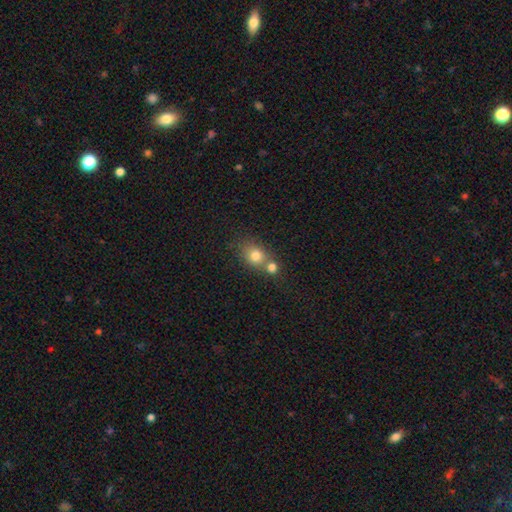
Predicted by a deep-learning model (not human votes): Q: Smooth or featured?
A: smooth (78%); runner-up: star or artifact (11%)
Q: How rounded?
A: round (66%); runner-up: in between (32%)
Q: Merging?
A: merger (47%); runner-up: none (41%)